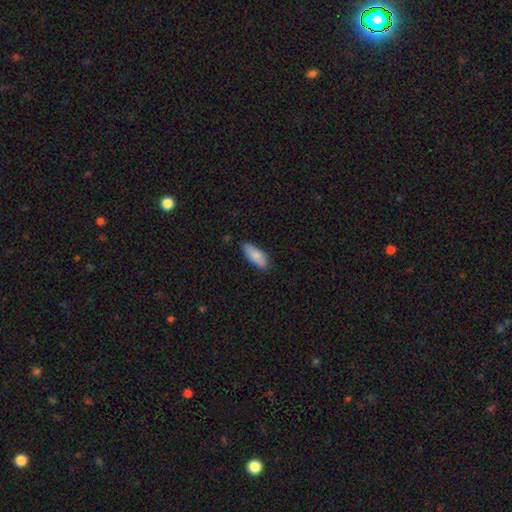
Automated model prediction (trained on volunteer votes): A smooth galaxy with no disk features (85%) that is in between round and cigar-shaped (76%). Merging: none (76%).